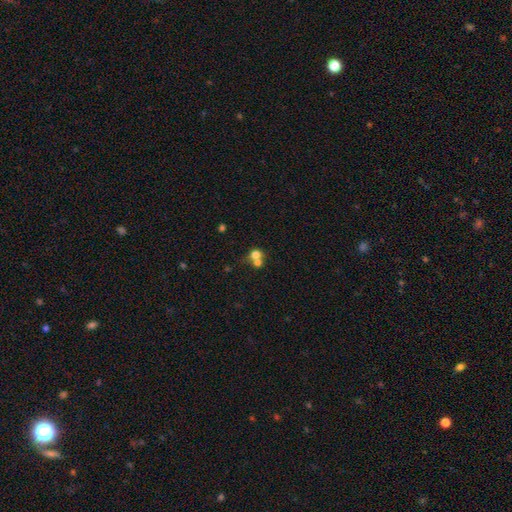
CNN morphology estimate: Q: Smooth or featured?
A: smooth (73%); runner-up: featured or disk (15%)
Q: How rounded?
A: round (76%); runner-up: in between (23%)
Q: Merging?
A: merger (60%); runner-up: none (30%)